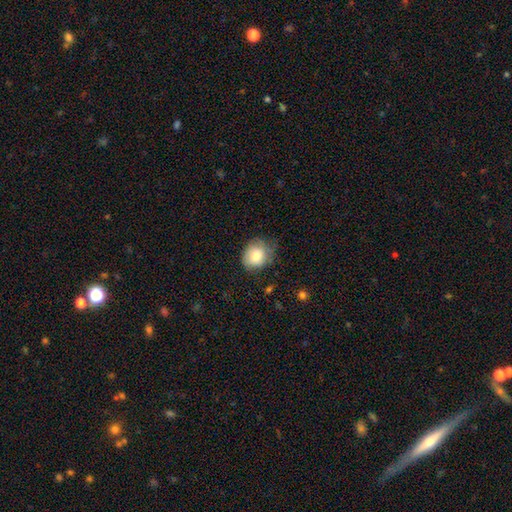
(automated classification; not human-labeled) This is likely a smooth galaxy (77%). How rounded: likely round (66%). Merging: likely none (64%).